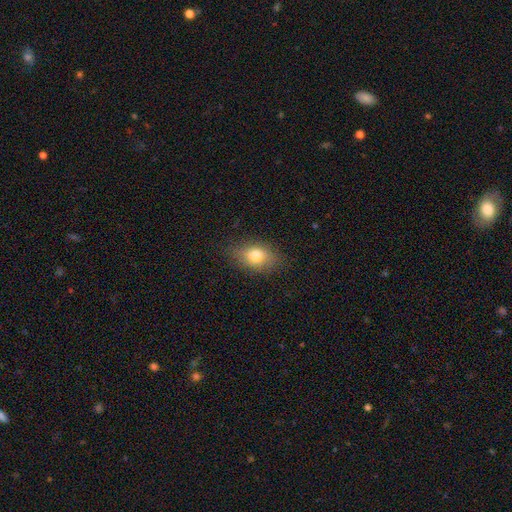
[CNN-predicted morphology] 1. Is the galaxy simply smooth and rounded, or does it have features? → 78% smooth, 12% featured or disk, 10% star or artifact.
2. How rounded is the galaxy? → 80% in between, 18% round, 2% cigar-shaped.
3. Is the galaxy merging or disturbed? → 82% none, 13% minor disturbance, 4% major disturbance, 1% merger.